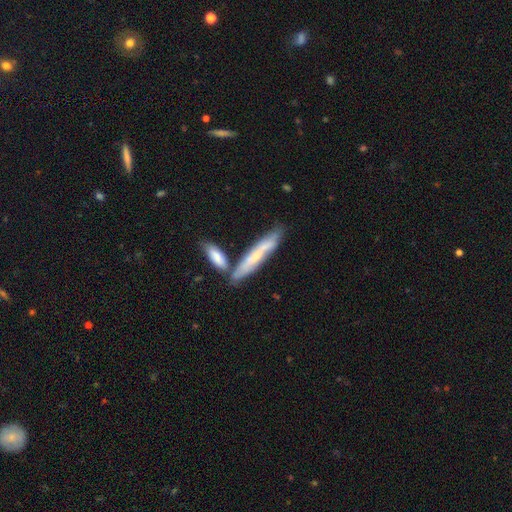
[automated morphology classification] The model was most divided on "smooth or featured": featured or disk: 50%, smooth: 43%, star or artifact: 6%. More confident: edge-on disk — yes (68%); merging — none (56%).